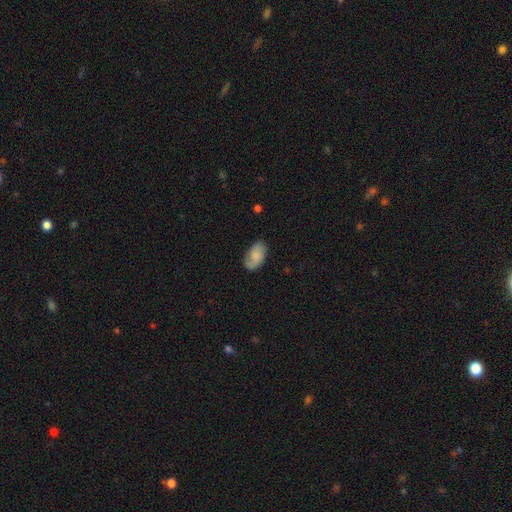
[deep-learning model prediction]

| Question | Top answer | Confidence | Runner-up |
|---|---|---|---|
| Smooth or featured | smooth | 63% | featured or disk (30%) |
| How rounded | in between | 94% | round (5%) |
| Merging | none | 71% | minor disturbance (22%) |